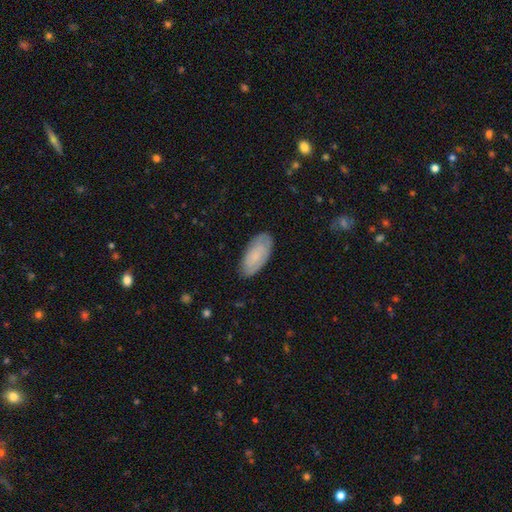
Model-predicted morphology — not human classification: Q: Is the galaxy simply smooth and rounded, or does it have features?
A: smooth — 70%.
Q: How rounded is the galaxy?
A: in between — 91%.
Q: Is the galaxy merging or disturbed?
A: none — 82%.